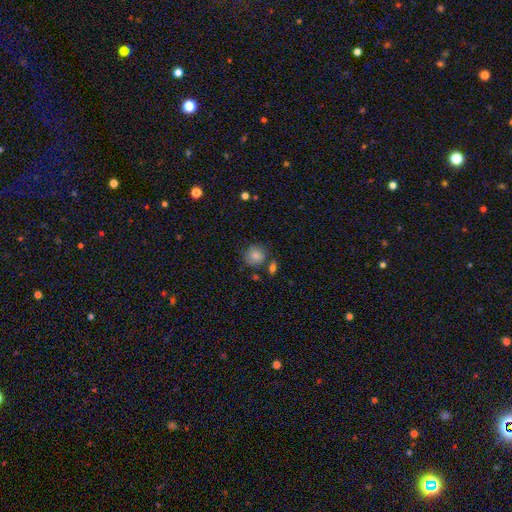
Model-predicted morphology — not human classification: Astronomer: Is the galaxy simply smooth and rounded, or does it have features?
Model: smooth — 82%.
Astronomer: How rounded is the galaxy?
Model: round — 87%.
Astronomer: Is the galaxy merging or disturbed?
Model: none — 69%.